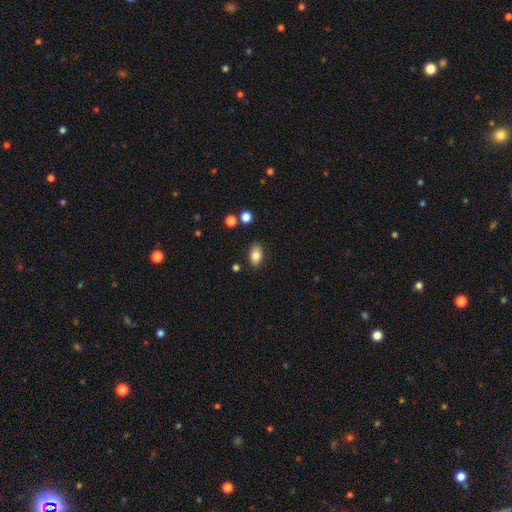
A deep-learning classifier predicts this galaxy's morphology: This is clearly a smooth galaxy (82%). How rounded: clearly in between (87%). Merging: clearly none (84%).